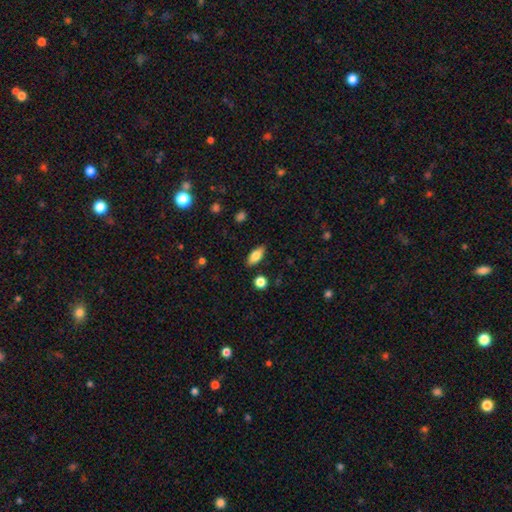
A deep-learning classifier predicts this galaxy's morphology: The model was most divided on "smooth or featured": smooth: 78%, featured or disk: 14%, star or artifact: 7%. More confident: merging — none (86%); how rounded — in between (84%).